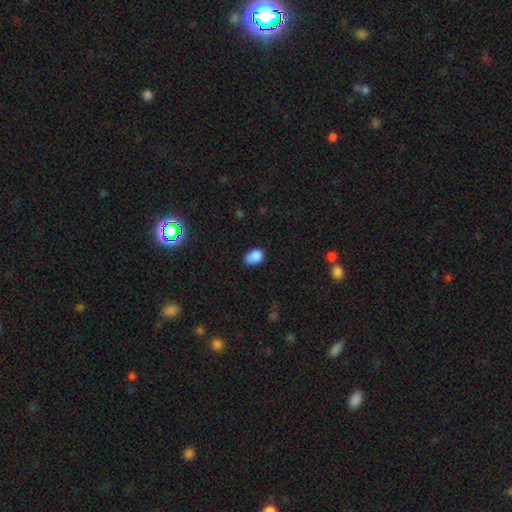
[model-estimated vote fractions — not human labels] smooth-or-featured: smooth: 83% | star or artifact: 10% | featured or disk: 7%
  how-rounded: in between: 72% | round: 27% | cigar-shaped: 1%
  merging: none: 47% | minor disturbance: 38% | major disturbance: 9% | merger: 6%